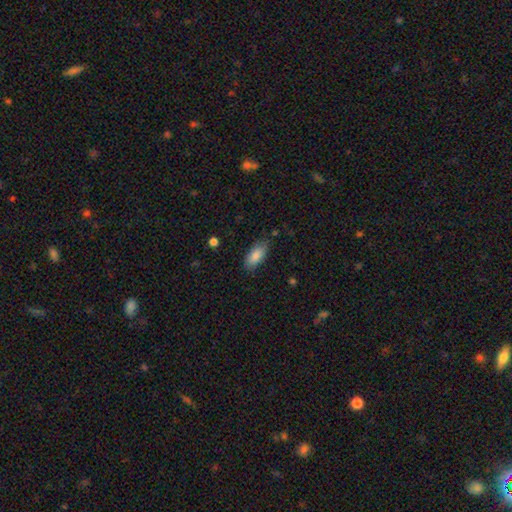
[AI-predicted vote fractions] The model was most divided on "merging": none: 78%, minor disturbance: 17%, major disturbance: 4%, merger: 2%. More confident: how rounded — in between (88%); smooth or featured — smooth (86%).